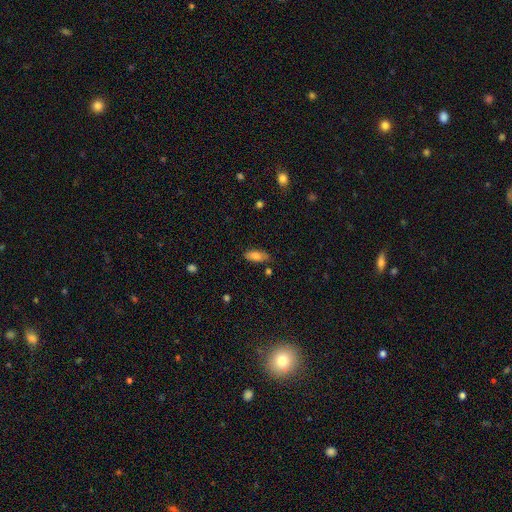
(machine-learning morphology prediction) smooth-or-featured: smooth: 78% | featured or disk: 14% | star or artifact: 8%
  how-rounded: in between: 85% | cigar-shaped: 12% | round: 3%
  merging: none: 75% | minor disturbance: 18% | merger: 3% | major disturbance: 3%